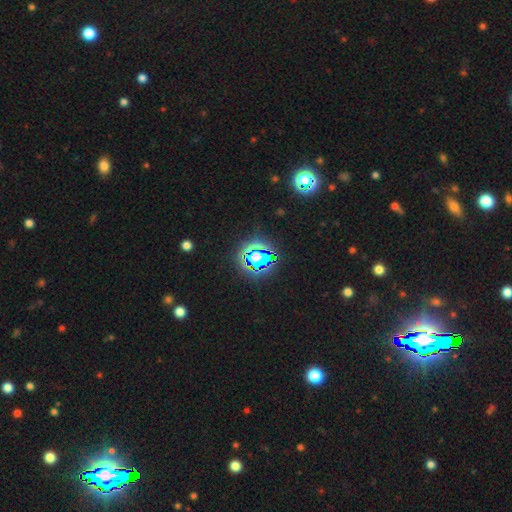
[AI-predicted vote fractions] Smooth or featured?
  - star or artifact: 67% *
  - smooth: 21%
  - featured or disk: 12%